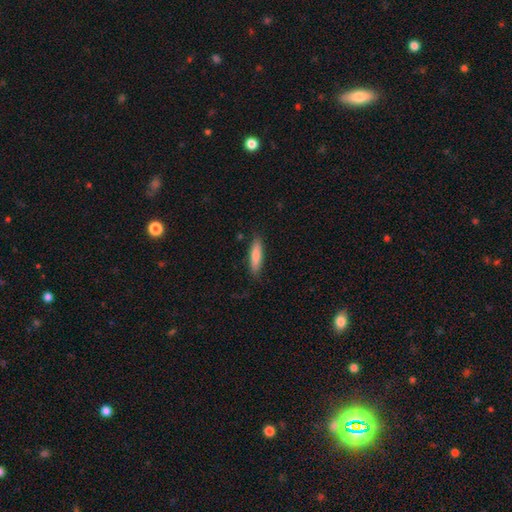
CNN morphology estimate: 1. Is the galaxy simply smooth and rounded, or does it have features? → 82% smooth, 12% featured or disk, 6% star or artifact.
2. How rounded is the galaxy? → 73% cigar-shaped, 25% in between, 1% round.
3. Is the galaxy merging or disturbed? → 85% none, 12% minor disturbance, 2% major disturbance, 1% merger.